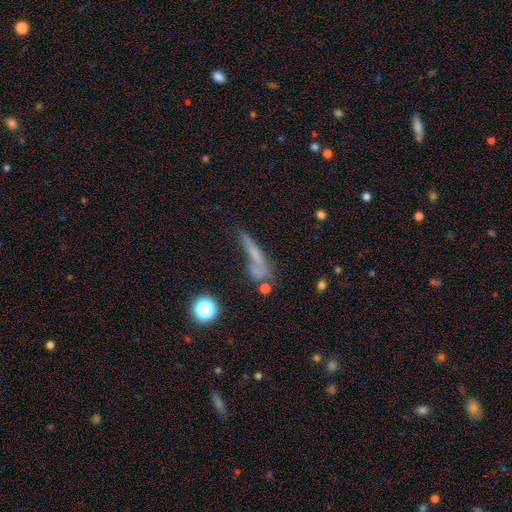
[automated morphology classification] smooth 50%, featured or disk 33%, star or artifact 17%. Down the decision tree: merging — none (38%).